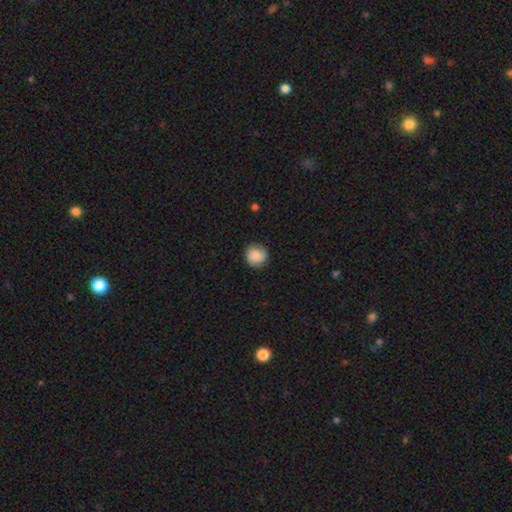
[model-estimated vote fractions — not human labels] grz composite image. It shows a smooth galaxy with no disk features (84%) that is round (92%). Merging: none (86%).